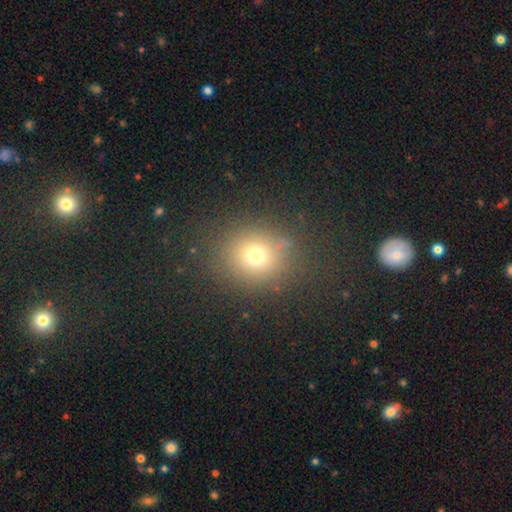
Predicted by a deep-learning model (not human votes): smooth 71%, star or artifact 19%, featured or disk 10%. Down the decision tree: how rounded — round (78%); merging — none (83%).